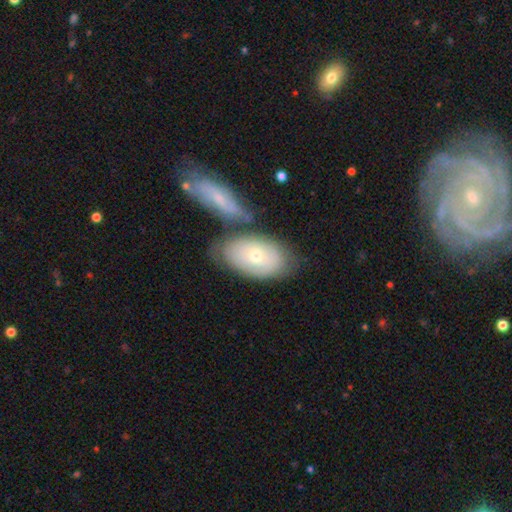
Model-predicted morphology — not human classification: smooth-or-featured: smooth: 55% | featured or disk: 38% | star or artifact: 6%
  how-rounded: in between: 89% | round: 9% | cigar-shaped: 2%
  merging: none: 52% | merger: 24% | minor disturbance: 18% | major disturbance: 6%